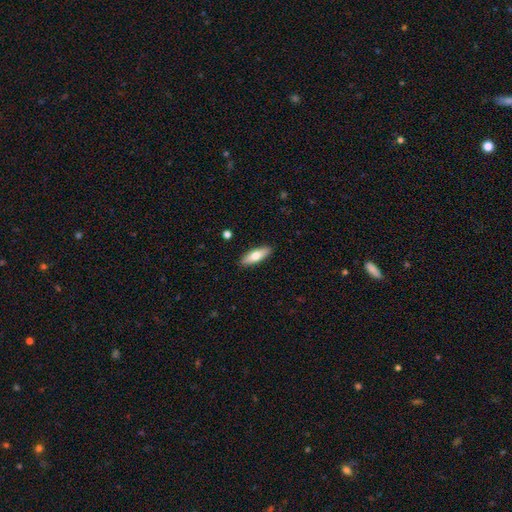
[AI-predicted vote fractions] Smooth or featured: smooth — 72% (featured or disk — 23%)
How rounded: in between — 56% (cigar-shaped — 42%)
Merging: none — 90% (minor disturbance — 7%)